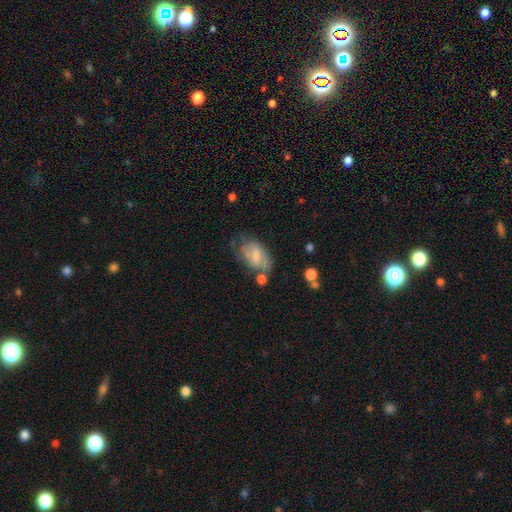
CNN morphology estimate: smooth 50%, featured or disk 42%, star or artifact 8%. Down the decision tree: merging — none (39%).